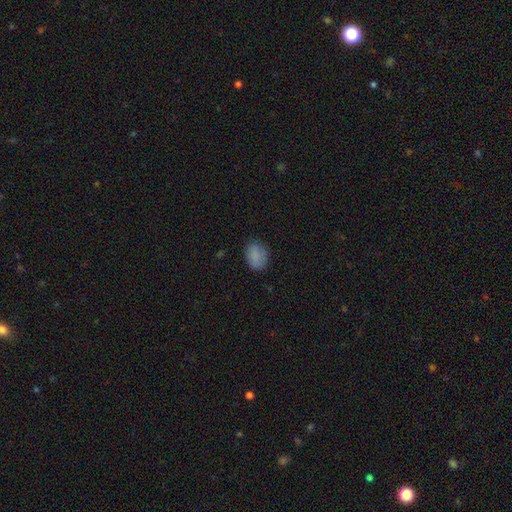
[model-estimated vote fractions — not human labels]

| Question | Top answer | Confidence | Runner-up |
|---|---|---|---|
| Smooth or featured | smooth | 86% | star or artifact (9%) |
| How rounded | in between | 67% | round (32%) |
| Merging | none | 80% | minor disturbance (15%) |